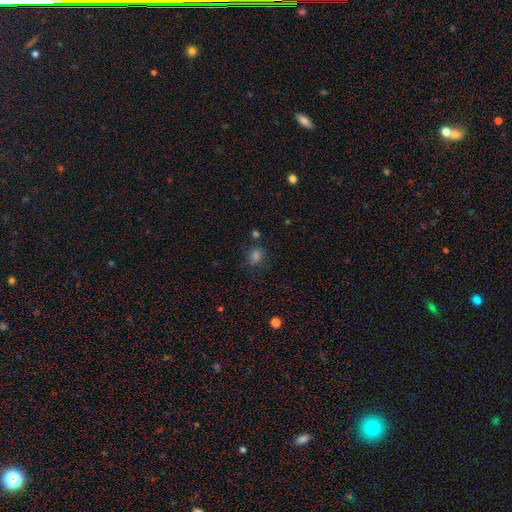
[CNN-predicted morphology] smooth_or_featured: smooth (p=0.68) [alt: star or artifact p=0.26]
how_rounded: round (p=0.67) [alt: in between p=0.32]
merging: none (p=0.78) [alt: minor disturbance p=0.12]